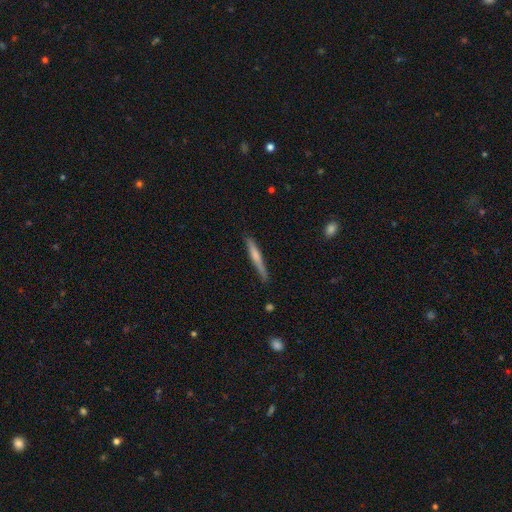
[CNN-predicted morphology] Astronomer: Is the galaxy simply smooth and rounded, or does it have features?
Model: smooth — 56% (runner-up: featured or disk, 39%).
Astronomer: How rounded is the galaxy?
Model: cigar-shaped — 95%.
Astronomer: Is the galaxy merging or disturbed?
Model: none — 82%.